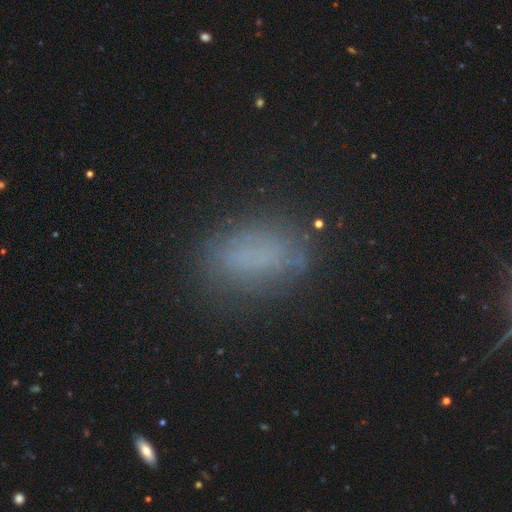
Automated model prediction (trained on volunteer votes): Morphology: type=smooth (70%); roundness=in between (86%); merging=none (74%).